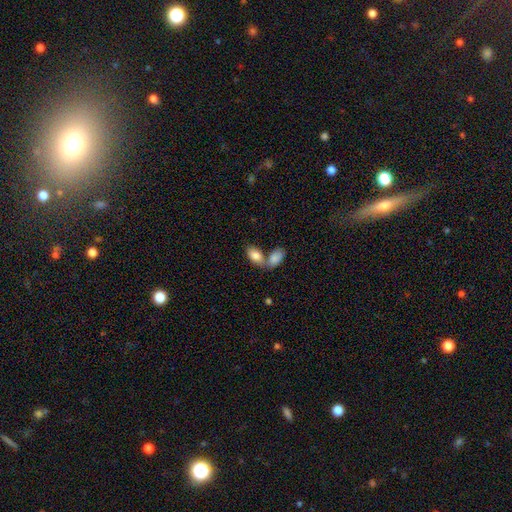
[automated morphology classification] A smooth galaxy with no disk features (84%) that is in between round and cigar-shaped (93%).

Vote fractions:
- Smooth or featured? smooth: 84% / featured or disk: 10% / star or artifact: 6%
- How rounded? in between: 93% / round: 5% / cigar-shaped: 2%
- Merging? merger: 52% / none: 35% / minor disturbance: 9% / major disturbance: 4%